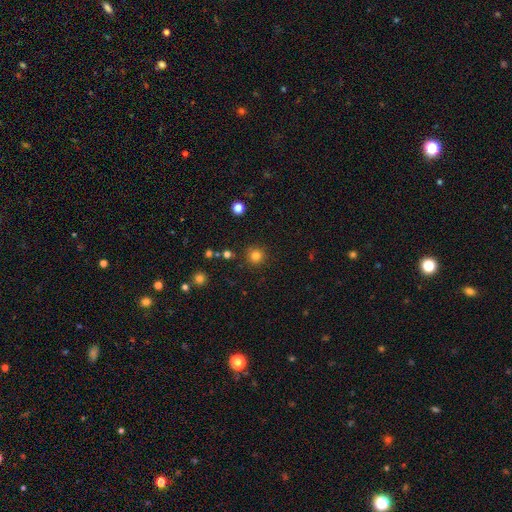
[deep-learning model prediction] Smooth or featured: smooth — 81% (star or artifact — 14%)
How rounded: round — 94% (in between — 5%)
Merging: none — 88% (minor disturbance — 7%)